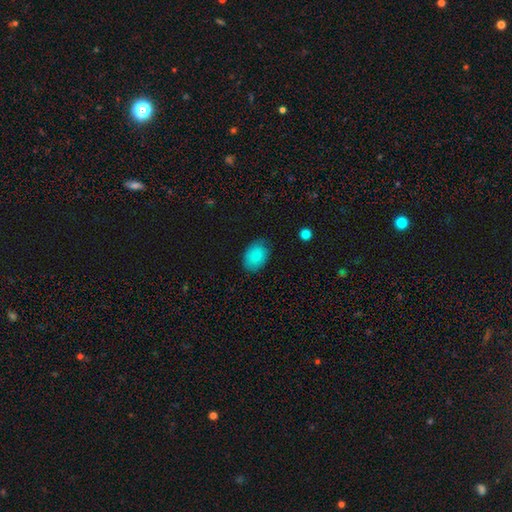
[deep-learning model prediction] Morphology: type=smooth (87%); roundness=in between (84%); merging=none (76%).